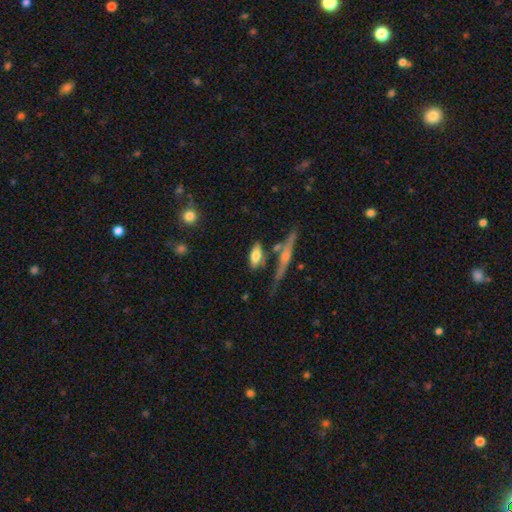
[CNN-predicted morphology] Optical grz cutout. It shows a smooth galaxy with no disk features (67%) that is in between round and cigar-shaped (75%). Merging: none (63%).